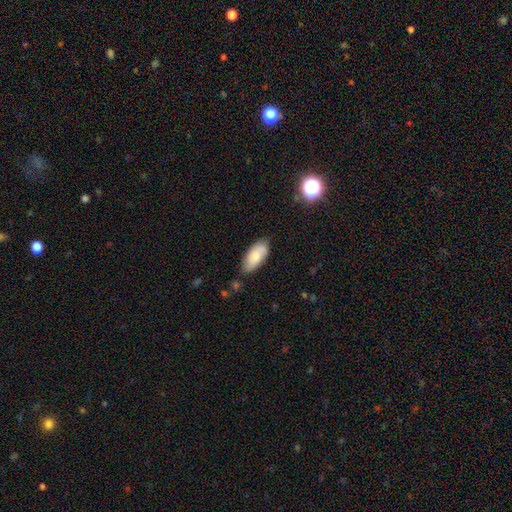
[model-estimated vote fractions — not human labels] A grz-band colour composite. It shows a smooth galaxy with no disk features (75%) that is in between round and cigar-shaped (89%). Merging: none (76%).